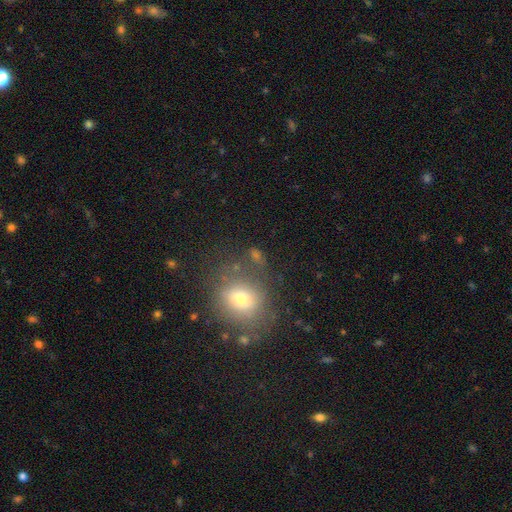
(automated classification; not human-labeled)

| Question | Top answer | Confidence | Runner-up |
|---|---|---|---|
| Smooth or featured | smooth | 64% | star or artifact (19%) |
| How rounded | round | 55% | in between (42%) |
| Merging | none | 65% | minor disturbance (16%) |